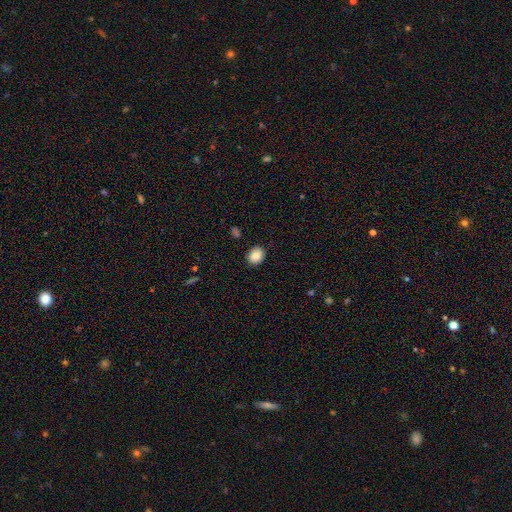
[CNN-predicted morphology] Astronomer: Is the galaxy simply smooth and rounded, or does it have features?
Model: smooth — 87%.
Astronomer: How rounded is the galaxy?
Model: round — 58% (runner-up: in between, 41%).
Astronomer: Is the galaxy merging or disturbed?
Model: none — 87%.